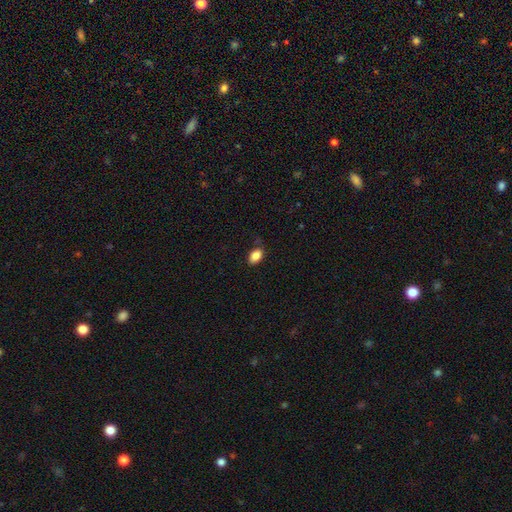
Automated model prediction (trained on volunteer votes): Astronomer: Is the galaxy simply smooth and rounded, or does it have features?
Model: smooth — 86%.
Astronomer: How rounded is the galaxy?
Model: in between — 89%.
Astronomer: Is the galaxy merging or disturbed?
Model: none — 80%.